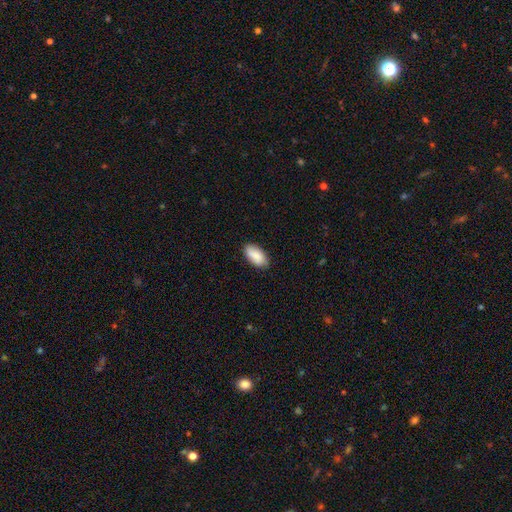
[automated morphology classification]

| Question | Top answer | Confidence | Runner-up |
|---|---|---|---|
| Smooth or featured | smooth | 87% | featured or disk (7%) |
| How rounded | in between | 93% | cigar-shaped (4%) |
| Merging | none | 84% | minor disturbance (13%) |